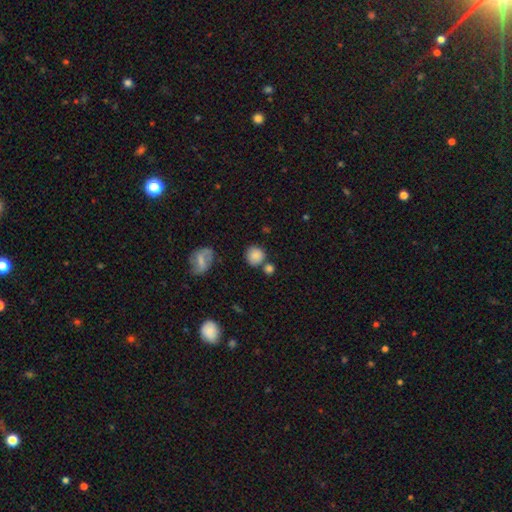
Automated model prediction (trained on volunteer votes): The model was most divided on "merging": none: 68%, merger: 16%, minor disturbance: 12%, major disturbance: 4%. More confident: how rounded — round (89%); smooth or featured — smooth (83%).